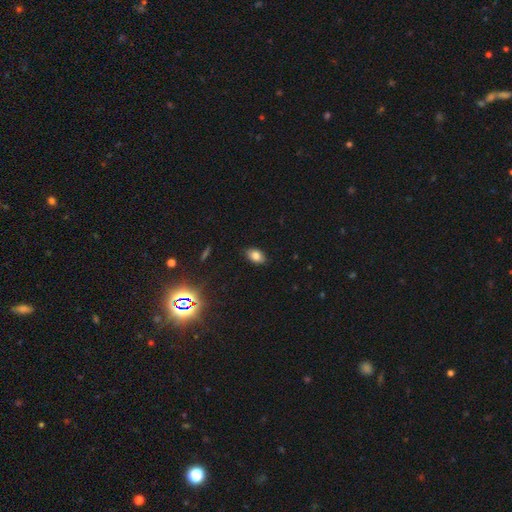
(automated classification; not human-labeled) A smooth galaxy with no disk features (80%) that is in between round and cigar-shaped (88%). Merging: none (85%).